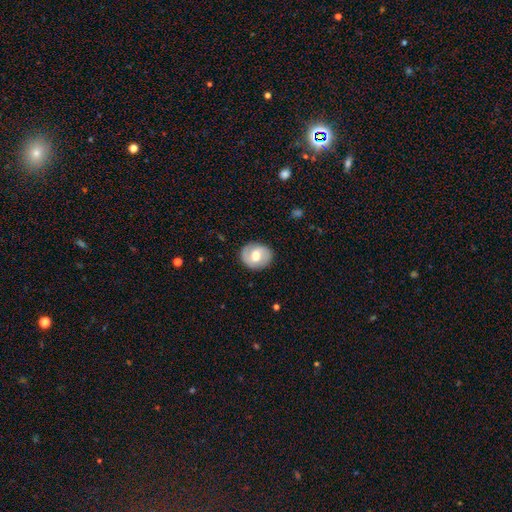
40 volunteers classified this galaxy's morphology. This appears to be a featured or disk galaxy (50%) with no bar (65%), 2 (75%) tight (58%) spiral arms (60%) and a moderate central bulge (70%). Merging: none (79%).